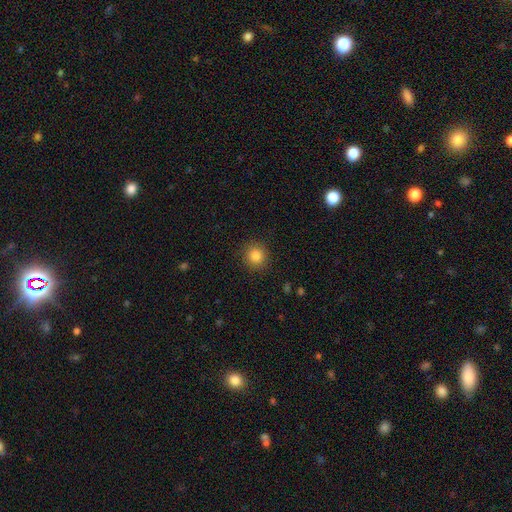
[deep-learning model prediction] smooth 84%, star or artifact 11%, featured or disk 5%. Down the decision tree: how rounded — round (92%); merging — none (91%).